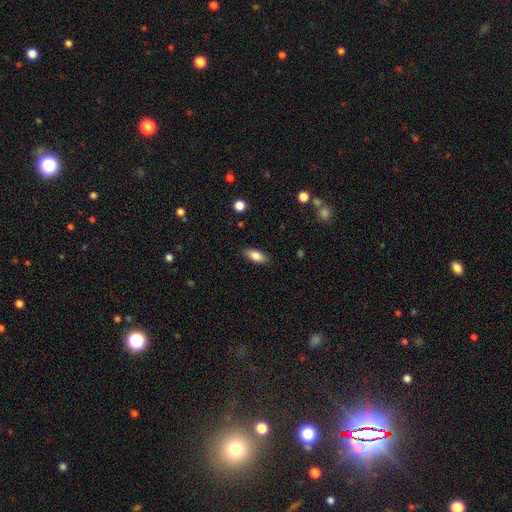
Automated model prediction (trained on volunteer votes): The model was most divided on "how rounded": in between: 82%, cigar-shaped: 16%, round: 2%. More confident: merging — none (87%); smooth or featured — smooth (84%).